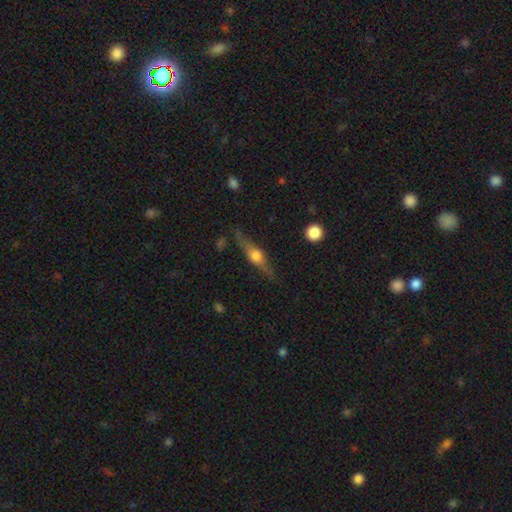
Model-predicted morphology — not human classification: smooth-or-featured: featured or disk: 69% | smooth: 25% | star or artifact: 6%
  disk-edge-on: yes: 95% | no: 5%
    edge-on-bulge: rounded: 93% | boxy: 5% | none: 2%
  merging: none: 80% | minor disturbance: 14% | major disturbance: 4% | merger: 2%